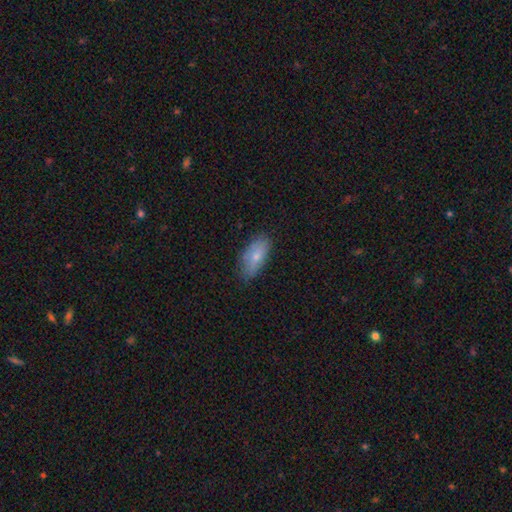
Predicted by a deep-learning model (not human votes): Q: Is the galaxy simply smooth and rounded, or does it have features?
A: smooth — 70%.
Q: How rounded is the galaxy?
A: in between — 88%.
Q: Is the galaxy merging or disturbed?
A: none — 72%.